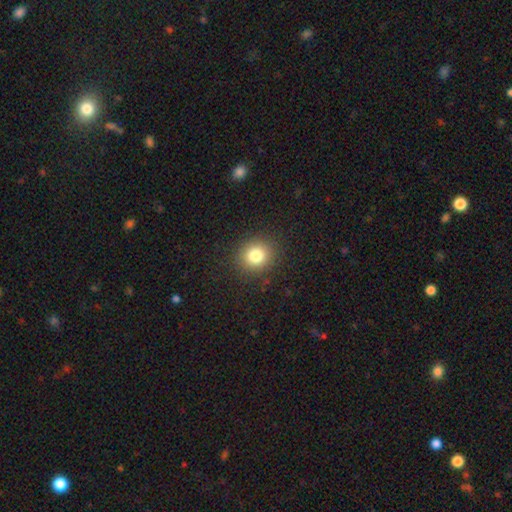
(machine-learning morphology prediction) Q: Smooth or featured?
A: smooth (81%); runner-up: star or artifact (12%)
Q: How rounded?
A: round (84%); runner-up: in between (15%)
Q: Merging?
A: none (89%); runner-up: minor disturbance (7%)